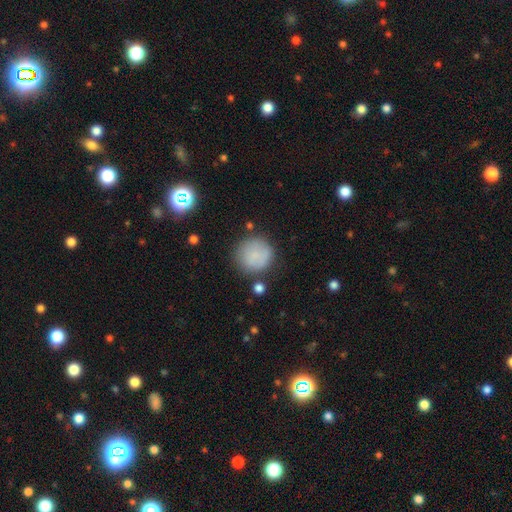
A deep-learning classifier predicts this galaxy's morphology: Q: Smooth or featured?
A: smooth (80%); runner-up: featured or disk (12%)
Q: How rounded?
A: round (93%); runner-up: in between (6%)
Q: Merging?
A: none (75%); runner-up: minor disturbance (15%)